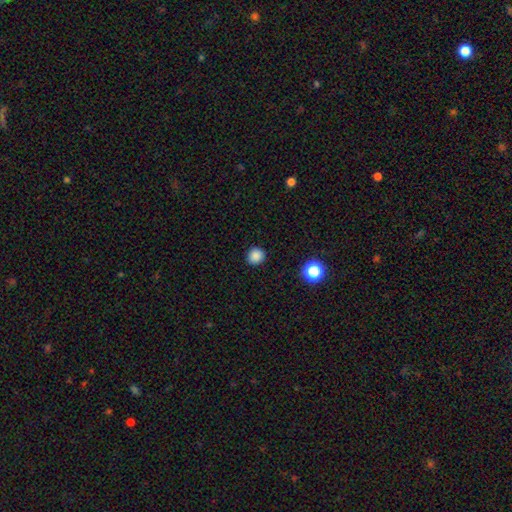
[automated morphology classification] type=smooth (85%); roundness=round (90%); merging=none (91%).